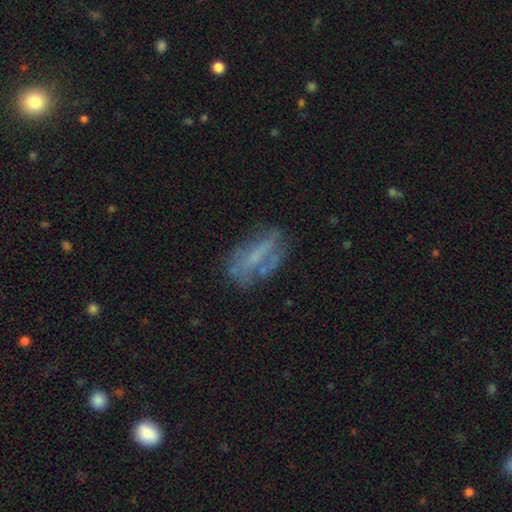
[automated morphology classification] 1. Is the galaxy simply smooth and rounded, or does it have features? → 48% featured or disk, 38% smooth, 14% star or artifact.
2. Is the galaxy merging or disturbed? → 61% none, 22% minor disturbance, 14% major disturbance, 3% merger.